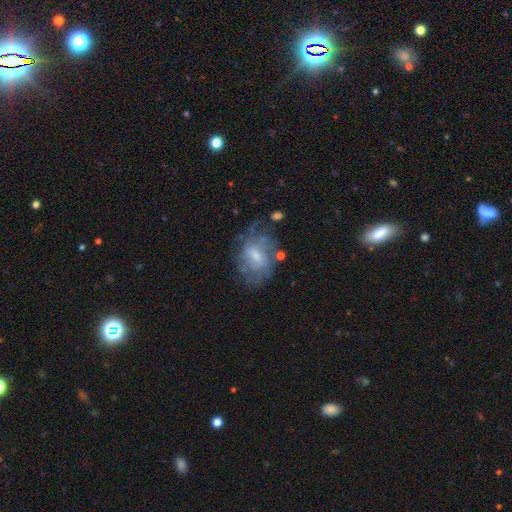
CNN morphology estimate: A featured or disk galaxy (55%) with a weak bar (46%), spiral arms (56%) and a small central bulge (44%). Merging: none (55%).